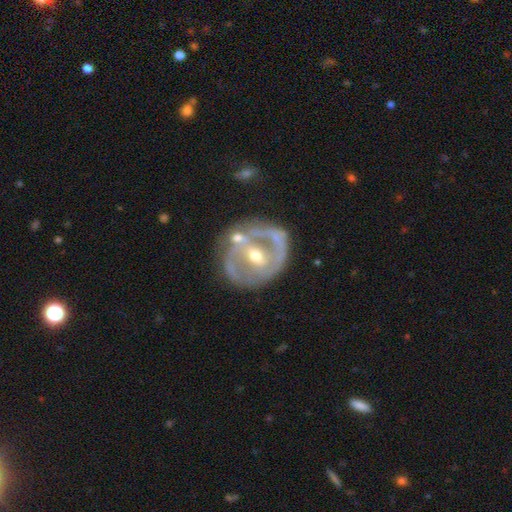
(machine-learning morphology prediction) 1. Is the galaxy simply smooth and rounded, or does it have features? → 81% featured or disk, 14% smooth, 6% star or artifact.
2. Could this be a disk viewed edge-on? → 96% no, 4% yes.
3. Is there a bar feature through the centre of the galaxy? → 42% weak, 30% no, 27% strong.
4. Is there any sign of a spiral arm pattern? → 63% yes, 37% no.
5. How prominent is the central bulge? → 65% moderate, 30% small, 3% large, 1% none, 1% dominant.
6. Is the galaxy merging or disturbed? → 59% none, 20% minor disturbance, 11% major disturbance, 10% merger.